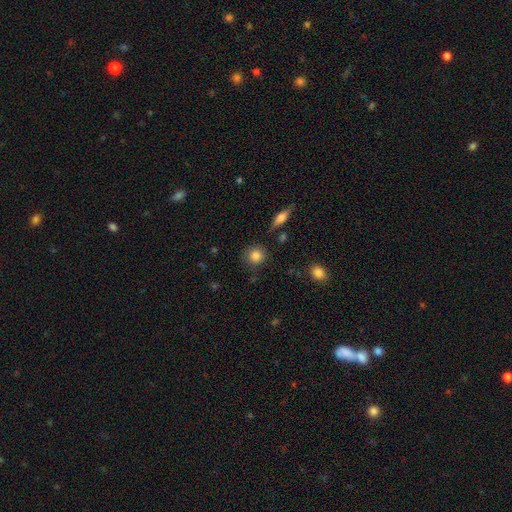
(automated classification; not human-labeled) smooth 84%, star or artifact 9%, featured or disk 7%. Down the decision tree: how rounded — round (89%); merging — none (84%).